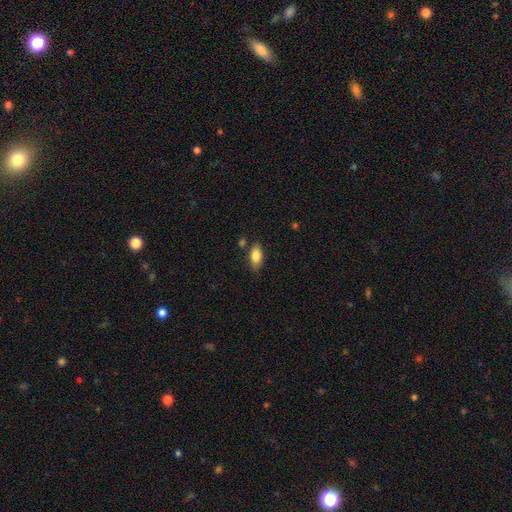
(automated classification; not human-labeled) Smooth or featured? Predicted: smooth (p=0.83). How rounded? Predicted: in between (p=0.89). Merging? Predicted: none (p=0.76).